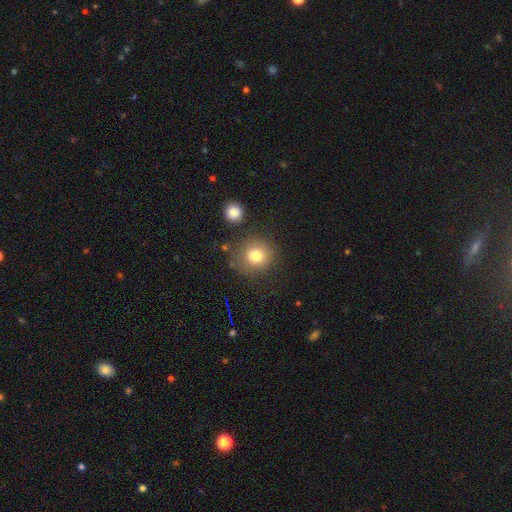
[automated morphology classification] Smooth or featured? smooth (78%)
How rounded? round (89%)
Merging? none (78%)